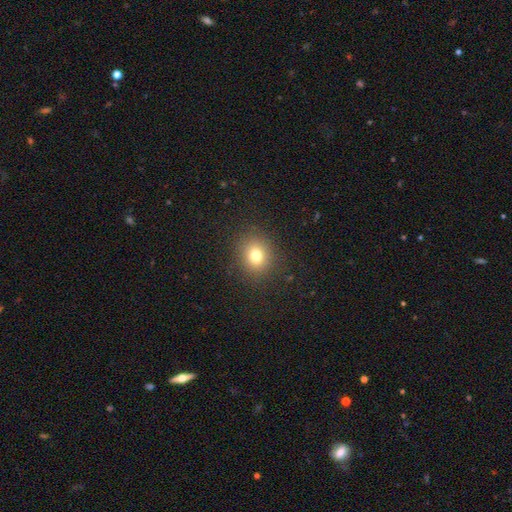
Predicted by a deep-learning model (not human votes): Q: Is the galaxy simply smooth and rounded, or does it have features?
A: smooth — 76%.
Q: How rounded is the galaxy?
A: round — 78%.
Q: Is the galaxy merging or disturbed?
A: none — 89%.